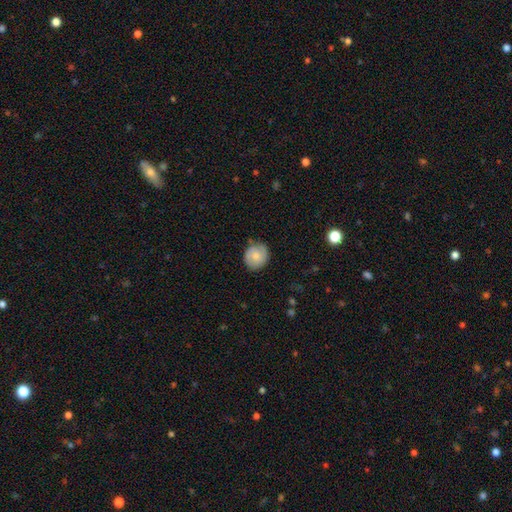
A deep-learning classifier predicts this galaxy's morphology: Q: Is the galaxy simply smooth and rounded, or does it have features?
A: smooth — 70%.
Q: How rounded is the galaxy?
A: round — 79%.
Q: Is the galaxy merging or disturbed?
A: none — 82%.